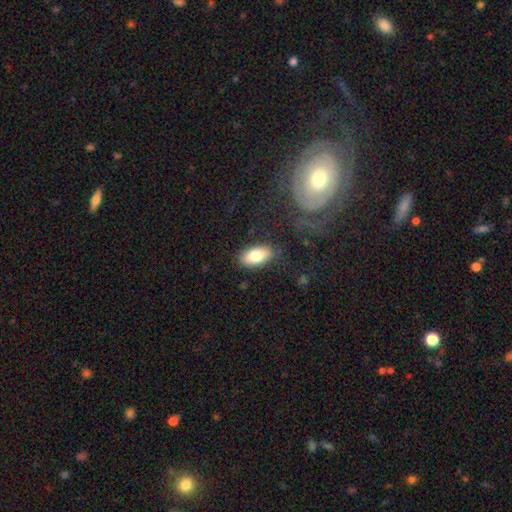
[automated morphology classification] smooth-or-featured: smooth: 78% | featured or disk: 15% | star or artifact: 7%
  how-rounded: in between: 91% | cigar-shaped: 5% | round: 4%
  merging: none: 84% | minor disturbance: 11% | major disturbance: 3% | merger: 2%